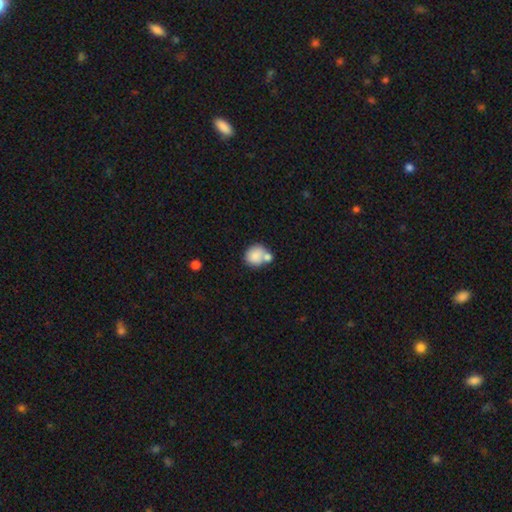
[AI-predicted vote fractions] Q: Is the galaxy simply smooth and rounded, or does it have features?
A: smooth — 82%.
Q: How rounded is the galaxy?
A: round — 73%.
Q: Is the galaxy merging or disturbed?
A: none — 45%.